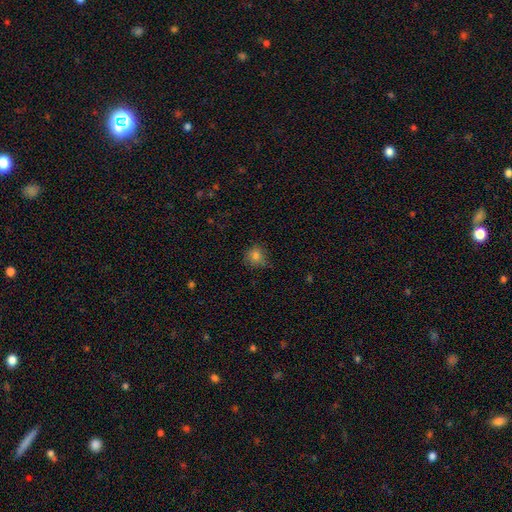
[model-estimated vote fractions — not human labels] Smooth or featured? smooth (82%)
How rounded? round (89%)
Merging? none (78%)